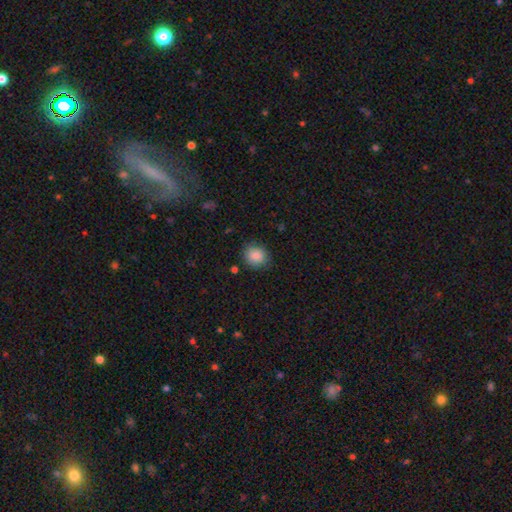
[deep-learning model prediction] Q: Smooth or featured?
A: smooth (88%); runner-up: star or artifact (8%)
Q: How rounded?
A: round (83%); runner-up: in between (16%)
Q: Merging?
A: none (85%); runner-up: minor disturbance (11%)